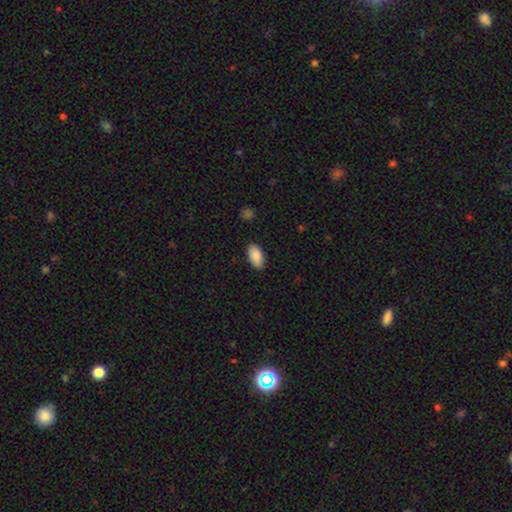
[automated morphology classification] smooth_or_featured: smooth (p=0.89) [alt: star or artifact p=0.06]
how_rounded: in between (p=0.95) [alt: cigar-shaped p=0.03]
merging: none (p=0.87) [alt: minor disturbance p=0.10]